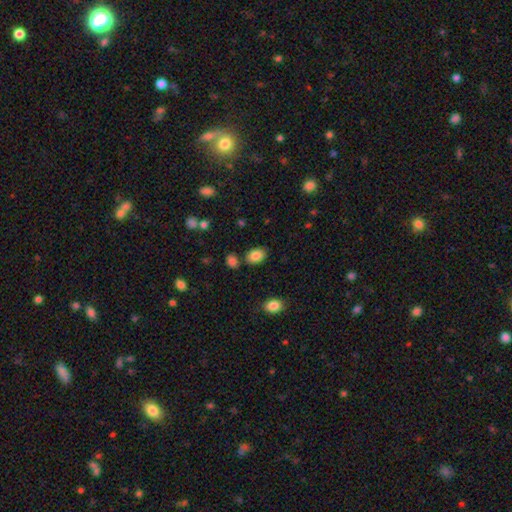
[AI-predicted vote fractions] This is clearly a smooth galaxy (85%). How rounded: likely in between (78%). Merging: likely none (79%).